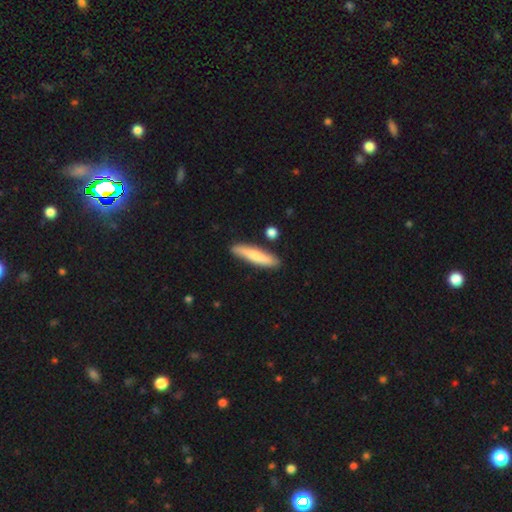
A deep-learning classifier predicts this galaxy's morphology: smooth_or_featured: smooth (p=0.70) [alt: featured or disk p=0.24]
how_rounded: cigar-shaped (p=0.87) [alt: in between p=0.12]
merging: none (p=0.84) [alt: minor disturbance p=0.10]